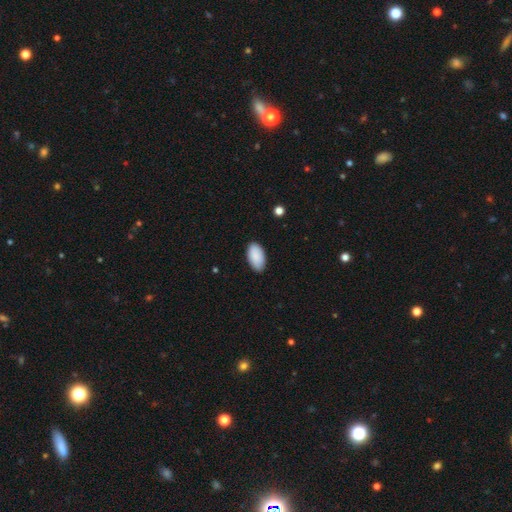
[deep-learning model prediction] A smooth galaxy with no disk features (90%) that is in between round and cigar-shaped (96%). Merging: none (86%).